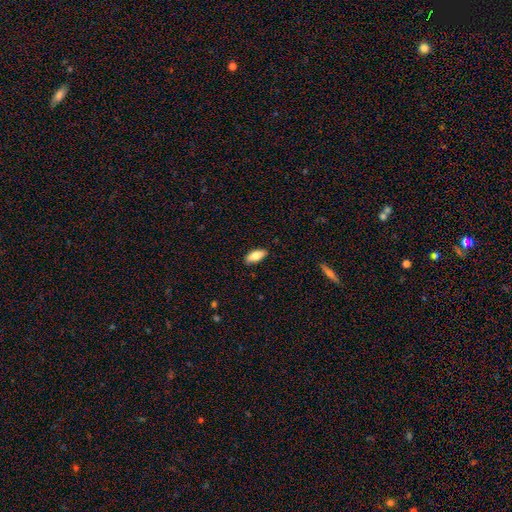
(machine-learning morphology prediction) Q: Smooth or featured?
A: smooth (80%); runner-up: featured or disk (14%)
Q: How rounded?
A: in between (84%); runner-up: cigar-shaped (13%)
Q: Merging?
A: none (85%); runner-up: minor disturbance (12%)